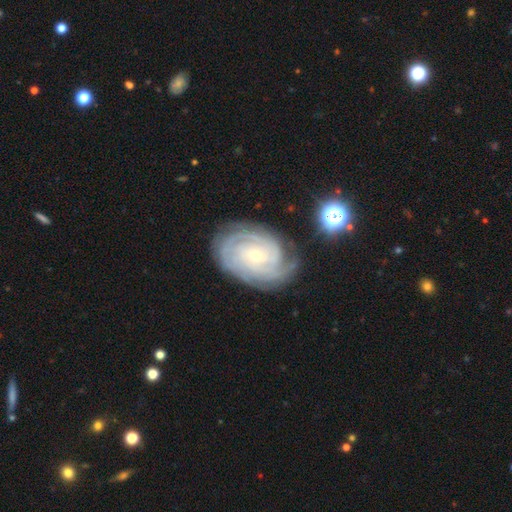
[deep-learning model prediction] Q: Smooth or featured?
A: featured or disk (88%); runner-up: smooth (6%)
Q: Edge-on disk?
A: no (97%); runner-up: yes (3%)
Q: Bar?
A: no (64%); runner-up: weak (28%)
Q: Spiral arms?
A: yes (98%); runner-up: no (2%)
Q: Spiral winding?
A: tight (80%); runner-up: medium (17%)
Q: Spiral arm count?
A: can't tell (25%); tied with: 4 (25%)
Q: Bulge size?
A: small (74%); runner-up: moderate (23%)
Q: Merging?
A: none (76%); runner-up: minor disturbance (17%)